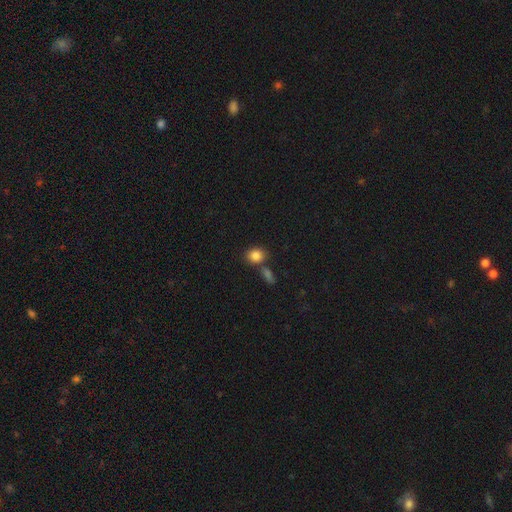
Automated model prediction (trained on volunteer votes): This appears to be a smooth galaxy with no disk features (85%) that is round (58%). Merging: none (63%).